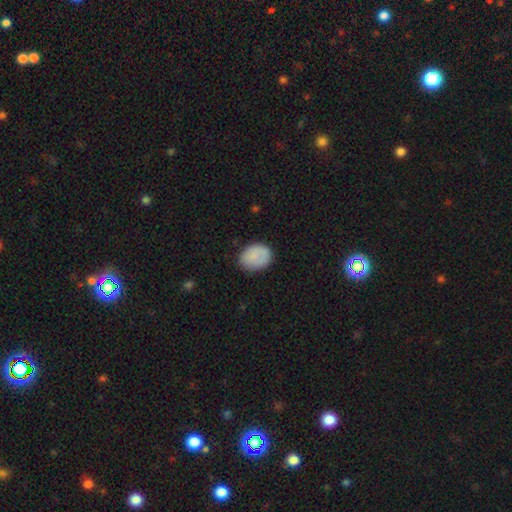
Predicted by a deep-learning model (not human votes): Smooth or featured? Predicted: smooth (p=0.84). How rounded? Predicted: in between (p=0.60). Merging? Predicted: none (p=0.79).